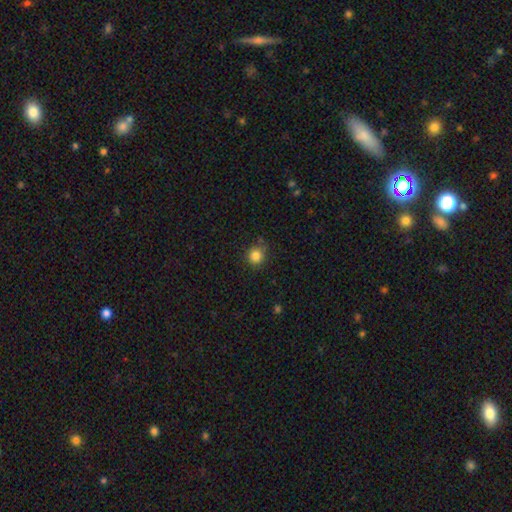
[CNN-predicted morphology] Smooth or featured? Predicted: smooth (p=0.83). How rounded? Predicted: round (p=0.89). Merging? Predicted: none (p=0.81).